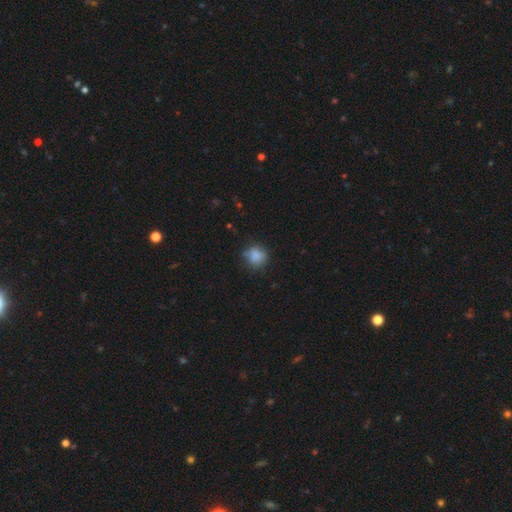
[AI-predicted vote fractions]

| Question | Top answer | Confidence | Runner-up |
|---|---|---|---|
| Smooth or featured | smooth | 83% | star or artifact (10%) |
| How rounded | round | 83% | in between (16%) |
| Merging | none | 71% | minor disturbance (19%) |